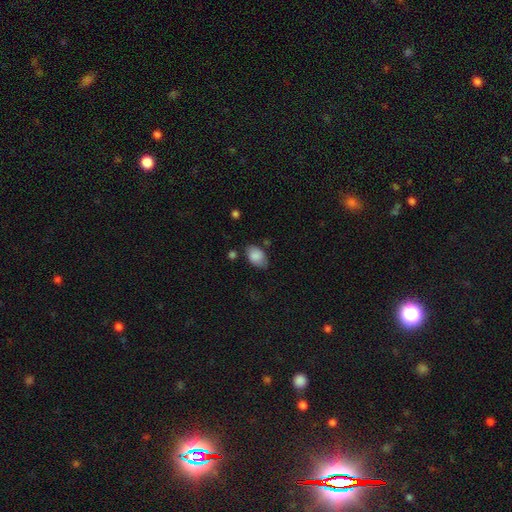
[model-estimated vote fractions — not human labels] Morphology: type=smooth (85%); roundness=in between (89%); merging=none (71%).